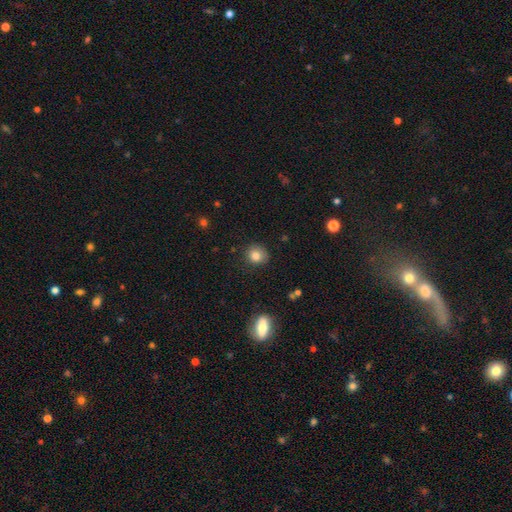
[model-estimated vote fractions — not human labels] This is clearly a smooth galaxy (83%). How rounded: clearly round (81%). Merging: clearly none (80%).